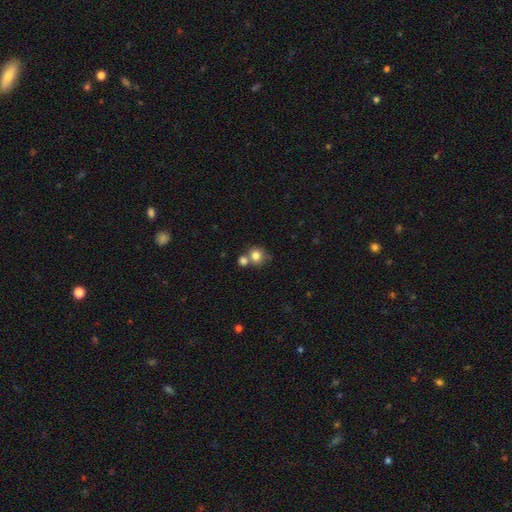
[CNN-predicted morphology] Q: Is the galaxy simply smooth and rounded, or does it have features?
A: smooth — 80%.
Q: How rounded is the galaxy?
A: round — 83%.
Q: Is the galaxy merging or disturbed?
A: none — 50%.